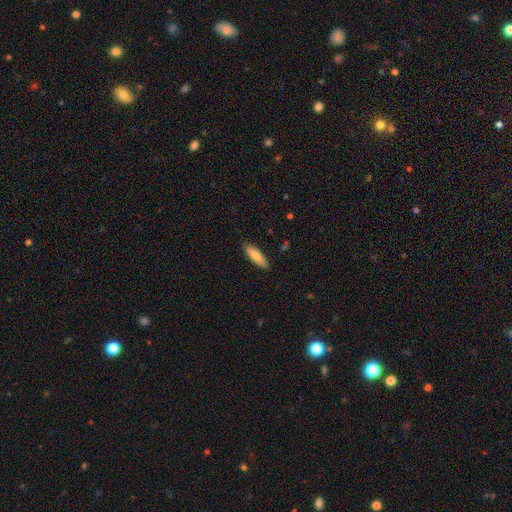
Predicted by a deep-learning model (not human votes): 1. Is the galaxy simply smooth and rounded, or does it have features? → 82% smooth, 13% featured or disk, 6% star or artifact.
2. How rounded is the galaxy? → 52% cigar-shaped, 47% in between, 2% round.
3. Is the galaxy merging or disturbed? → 88% none, 9% minor disturbance, 2% major disturbance, 1% merger.